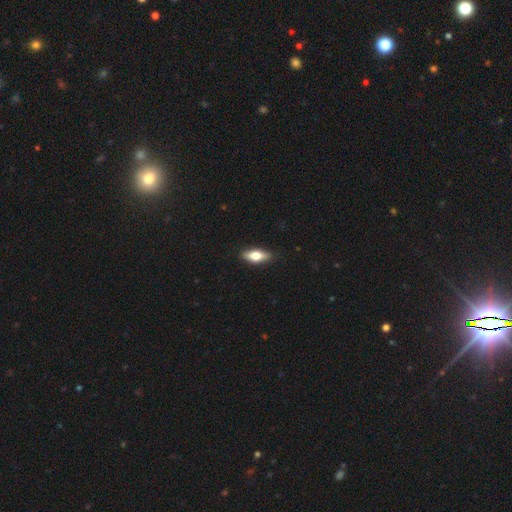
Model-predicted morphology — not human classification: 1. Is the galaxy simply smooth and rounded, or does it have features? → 59% smooth, 35% featured or disk, 6% star or artifact.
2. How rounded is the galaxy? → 70% in between, 26% cigar-shaped, 4% round.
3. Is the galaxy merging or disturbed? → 87% none, 10% minor disturbance, 2% major disturbance, 1% merger.